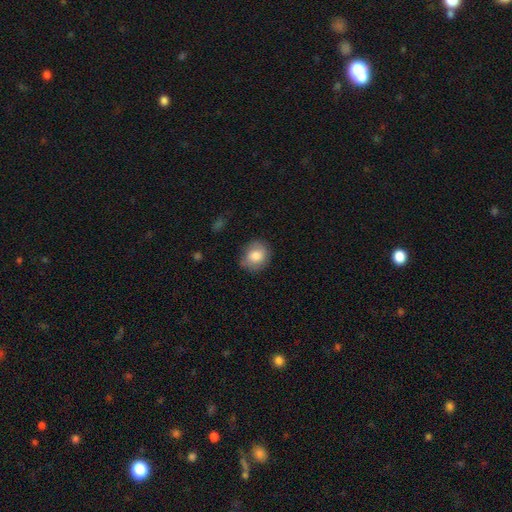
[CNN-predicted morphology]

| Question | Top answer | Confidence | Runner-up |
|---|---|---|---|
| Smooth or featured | smooth | 79% | featured or disk (13%) |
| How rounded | round | 63% | in between (36%) |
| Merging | none | 76% | minor disturbance (19%) |